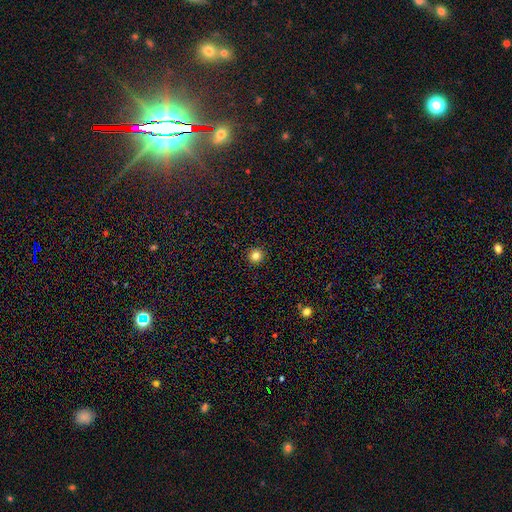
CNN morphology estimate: smooth_or_featured: smooth (p=0.82) [alt: star or artifact p=0.13]
how_rounded: round (p=0.96) [alt: in between p=0.03]
merging: none (p=0.94) [alt: minor disturbance p=0.04]